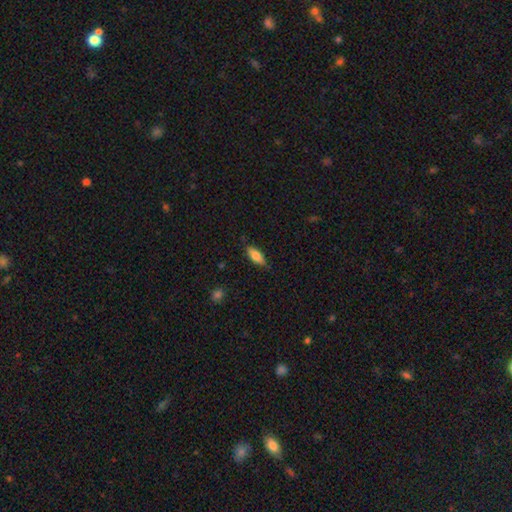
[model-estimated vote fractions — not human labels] Q: Smooth or featured?
A: smooth (72%); runner-up: featured or disk (22%)
Q: How rounded?
A: in between (73%); runner-up: cigar-shaped (24%)
Q: Merging?
A: none (82%); runner-up: minor disturbance (14%)